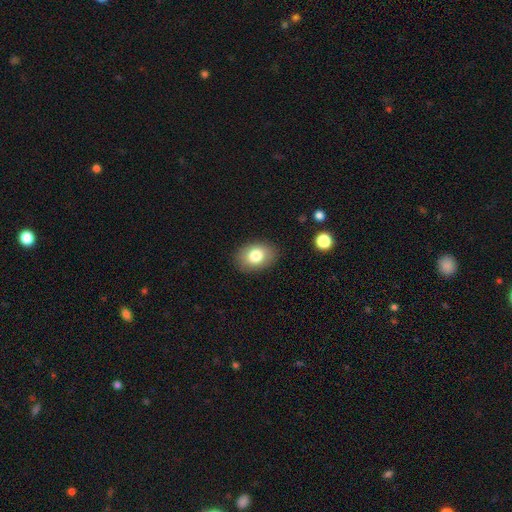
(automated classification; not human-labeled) smooth-or-featured: smooth: 80% | featured or disk: 12% | star or artifact: 8%
  how-rounded: in between: 75% | round: 24% | cigar-shaped: 1%
  merging: none: 86% | minor disturbance: 10% | major disturbance: 3% | merger: 1%